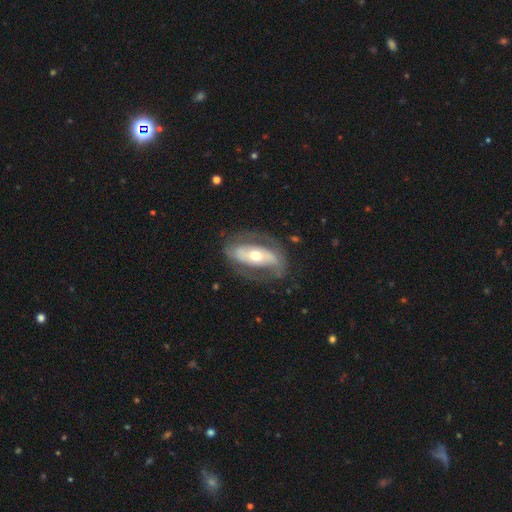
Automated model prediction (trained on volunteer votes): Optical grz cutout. It shows a featured or disk galaxy (74%) with no bar (42%), spiral arms (69%) and a moderate central bulge (60%). Merging: none (72%).